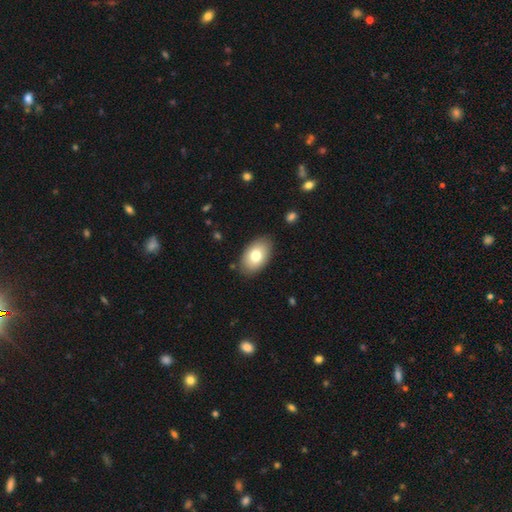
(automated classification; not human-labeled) Smooth or featured? smooth (77%)
How rounded? in between (91%)
Merging? none (85%)